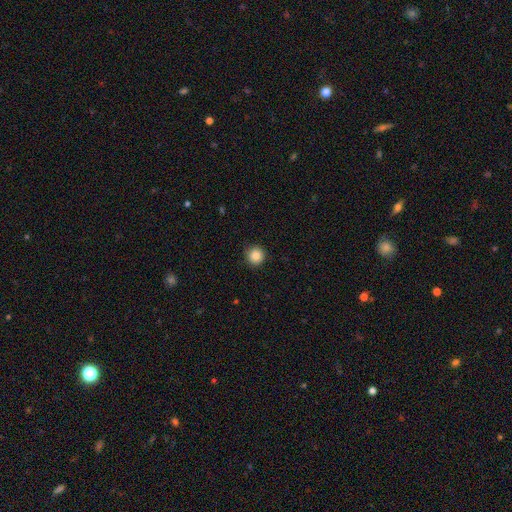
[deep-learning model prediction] Smooth or featured?
  - smooth: 87% *
  - star or artifact: 10%
  - featured or disk: 3%
How rounded?
  - round: 95% *
  - in between: 4%
  - cigar-shaped: 1%
Merging?
  - none: 90% *
  - minor disturbance: 7%
  - major disturbance: 2%
  - merger: 1%